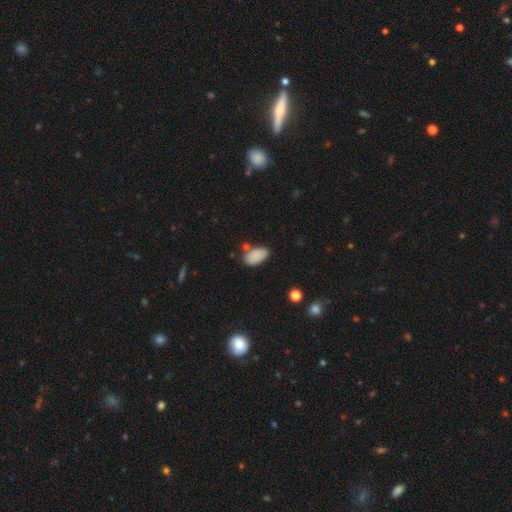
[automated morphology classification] A smooth galaxy with no disk features (85%) that is in between round and cigar-shaped (94%).

Vote fractions:
- Smooth or featured? smooth: 85% / star or artifact: 8% / featured or disk: 7%
- How rounded? in between: 94% / round: 4% / cigar-shaped: 2%
- Merging? none: 62% / minor disturbance: 21% / merger: 11% / major disturbance: 5%